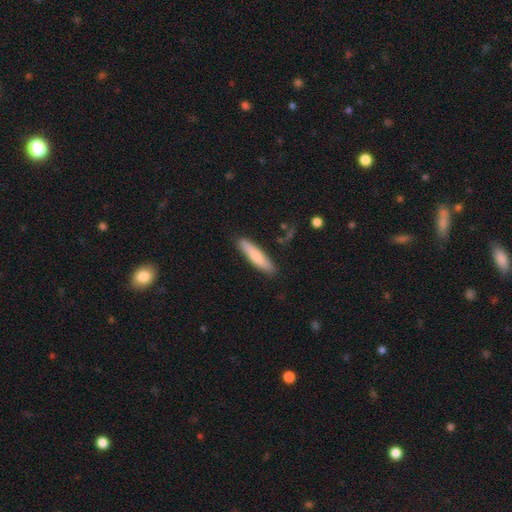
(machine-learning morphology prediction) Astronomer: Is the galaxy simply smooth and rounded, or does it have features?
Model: smooth — 79%.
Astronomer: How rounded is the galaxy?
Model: cigar-shaped — 85%.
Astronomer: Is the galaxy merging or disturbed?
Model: none — 87%.